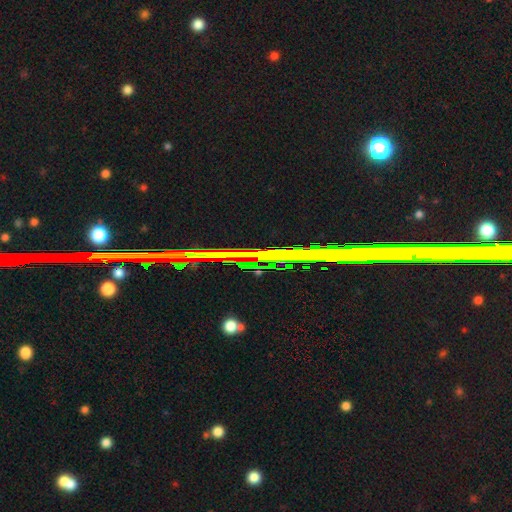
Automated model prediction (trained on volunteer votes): smooth_or_featured: star or artifact (p=0.75) [alt: featured or disk p=0.16]